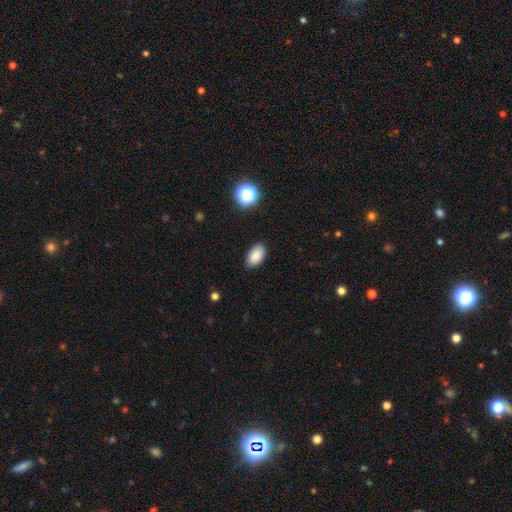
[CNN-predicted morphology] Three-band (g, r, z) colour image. It shows a smooth galaxy with no disk features (87%) that is in between round and cigar-shaped (93%). Merging: none (87%).